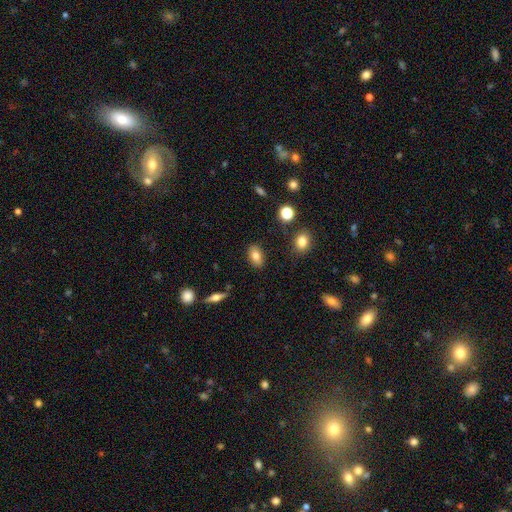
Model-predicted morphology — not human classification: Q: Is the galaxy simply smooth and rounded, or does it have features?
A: smooth — 79%.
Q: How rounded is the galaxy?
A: in between — 88%.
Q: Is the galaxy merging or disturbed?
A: none — 86%.